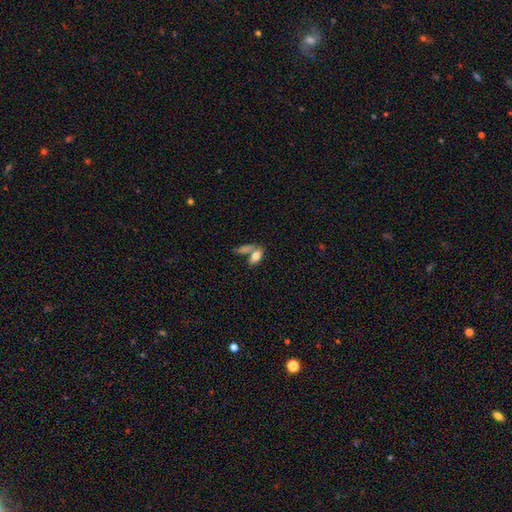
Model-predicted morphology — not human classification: This appears to be a smooth galaxy with no disk features (78%) that is in between round and cigar-shaped (86%). Merging: none (42%).